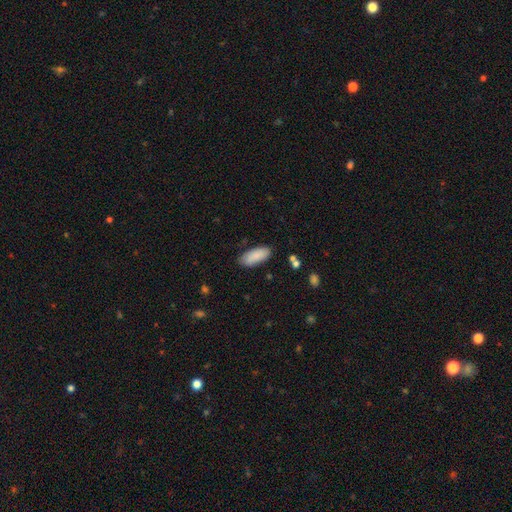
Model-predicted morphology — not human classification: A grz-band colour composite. It shows a smooth galaxy with no disk features (87%) that is in between round and cigar-shaped (82%). Merging: none (82%).